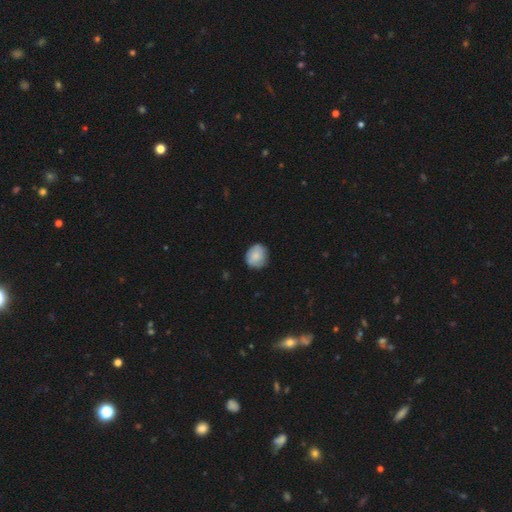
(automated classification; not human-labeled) smooth 78%, featured or disk 16%, star or artifact 7%. Down the decision tree: how rounded — round (73%); merging — none (77%).